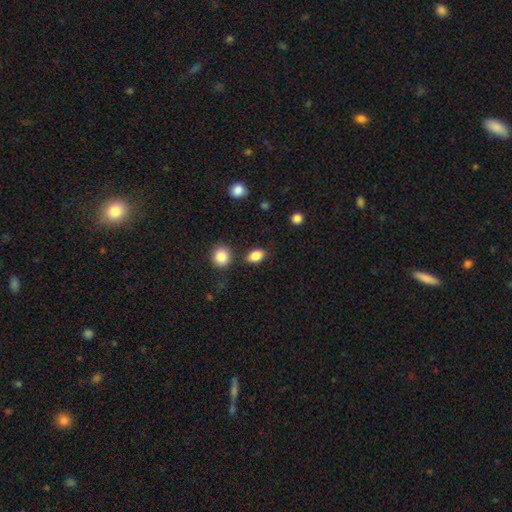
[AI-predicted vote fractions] Morphology: type=smooth (87%); roundness=in between (81%); merging=none (80%).